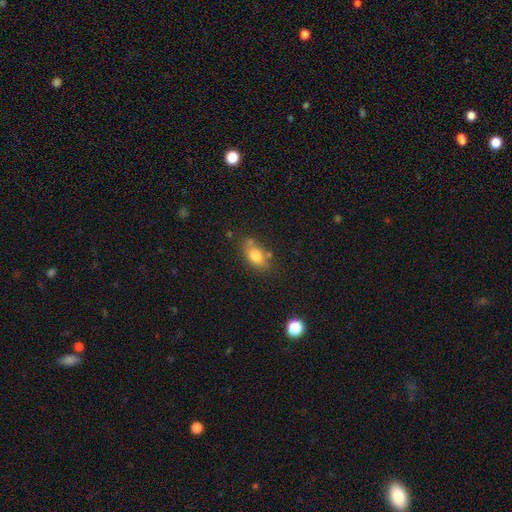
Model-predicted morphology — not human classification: A smooth galaxy with no disk features (78%) that is in between round and cigar-shaped (81%).

Vote fractions:
- Smooth or featured? smooth: 78% / featured or disk: 13% / star or artifact: 9%
- How rounded? in between: 81% / round: 15% / cigar-shaped: 3%
- Merging? none: 65% / minor disturbance: 20% / merger: 10% / major disturbance: 5%